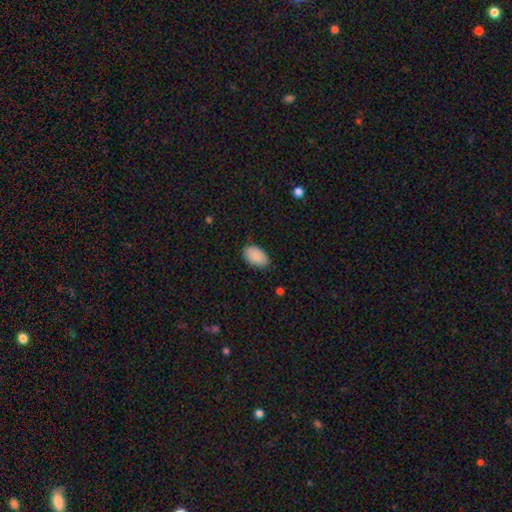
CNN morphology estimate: Smooth or featured? Predicted: smooth (p=0.90). How rounded? Predicted: in between (p=0.93). Merging? Predicted: none (p=0.81).